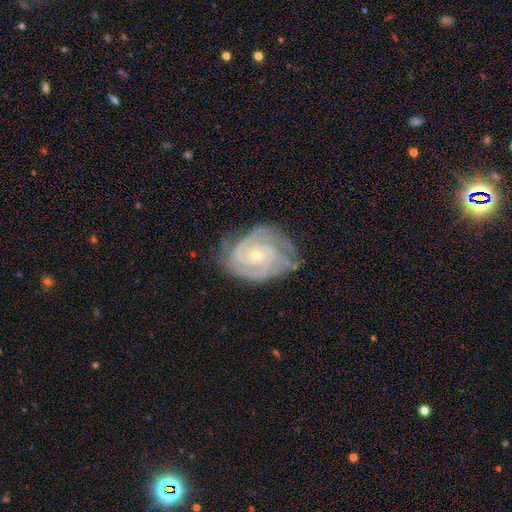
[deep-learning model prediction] featured or disk 90%, star or artifact 5%, smooth 5%. Down the decision tree: edge-on disk — no (98%); bar — no (64%); spiral arms — yes (98%); spiral arm count — 3 (35%); spiral winding — tight (71%); bulge size — small (71%); merging — none (71%).